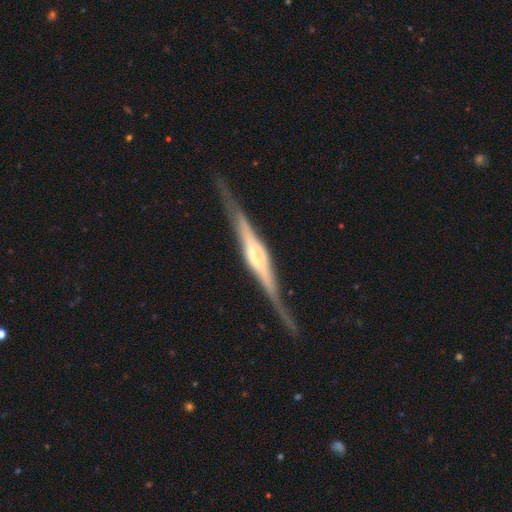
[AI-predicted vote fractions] This appears to be a featured or disk galaxy (86%) viewed edge-on (98%) with a rounded central bulge (47%). Merging: none (84%).